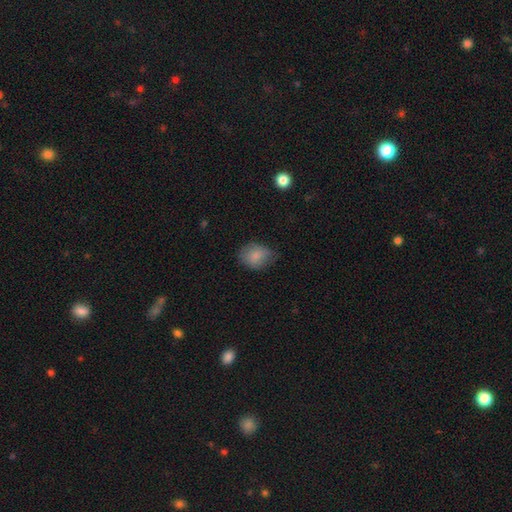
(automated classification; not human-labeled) Smooth or featured? smooth (84%)
How rounded? in between (55%)
Merging? none (66%)